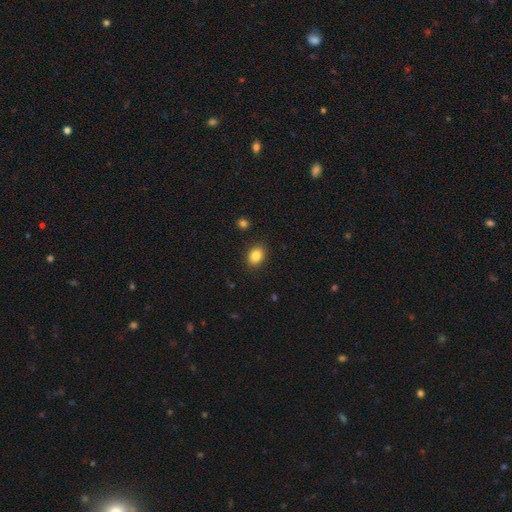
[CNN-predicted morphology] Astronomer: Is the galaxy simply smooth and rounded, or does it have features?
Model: smooth — 85%.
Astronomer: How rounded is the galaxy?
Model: in between — 68%.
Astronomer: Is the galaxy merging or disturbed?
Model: none — 88%.